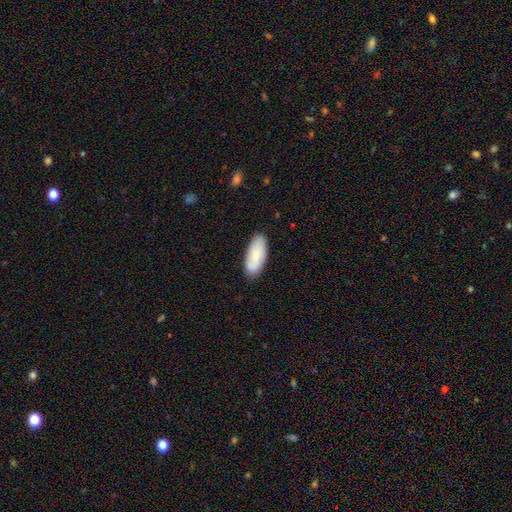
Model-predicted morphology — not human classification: This is likely a smooth galaxy (72%). How rounded: clearly in between (88%). Merging: clearly none (83%).